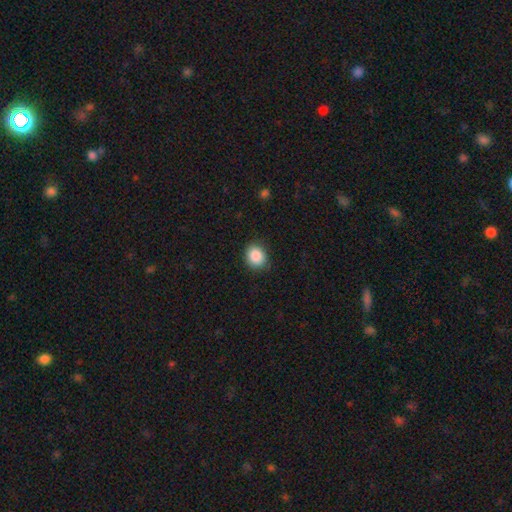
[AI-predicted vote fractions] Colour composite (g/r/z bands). It shows a smooth galaxy with no disk features (88%) that is round (67%). Merging: none (85%).